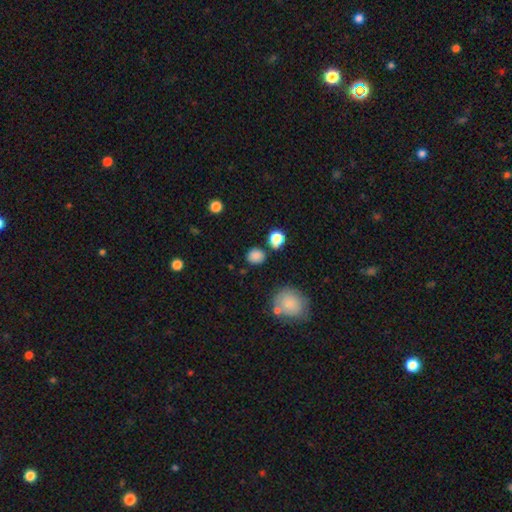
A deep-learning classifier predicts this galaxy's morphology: The model was most divided on "how rounded": round: 73%, in between: 26%, cigar-shaped: 1%. More confident: smooth or featured — smooth (83%); merging — none (79%).